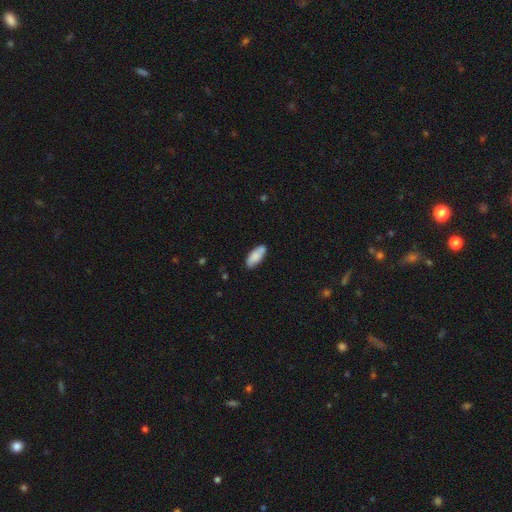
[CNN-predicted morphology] smooth 83%, featured or disk 11%, star or artifact 6%. Down the decision tree: how rounded — in between (82%); merging — none (81%).